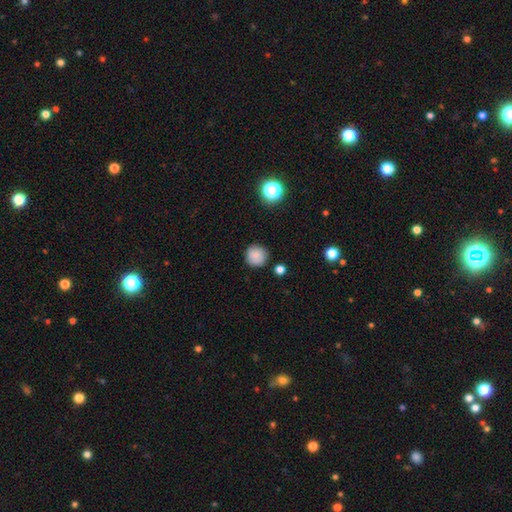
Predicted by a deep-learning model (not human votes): smooth 83%, star or artifact 10%, featured or disk 7%. Down the decision tree: how rounded — round (93%); merging — none (84%).